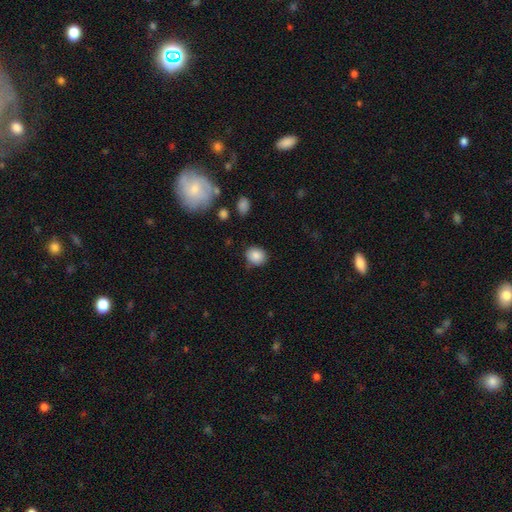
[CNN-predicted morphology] Overall: smooth (86%). How rounded: round (70%). Merging: none (81%).